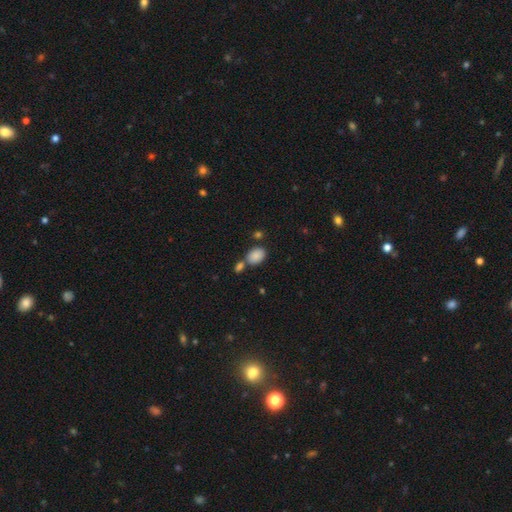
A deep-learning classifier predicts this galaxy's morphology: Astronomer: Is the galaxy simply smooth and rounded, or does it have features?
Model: smooth — 86%.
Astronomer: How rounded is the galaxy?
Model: in between — 82%.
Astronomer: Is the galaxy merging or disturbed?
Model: none — 59%.